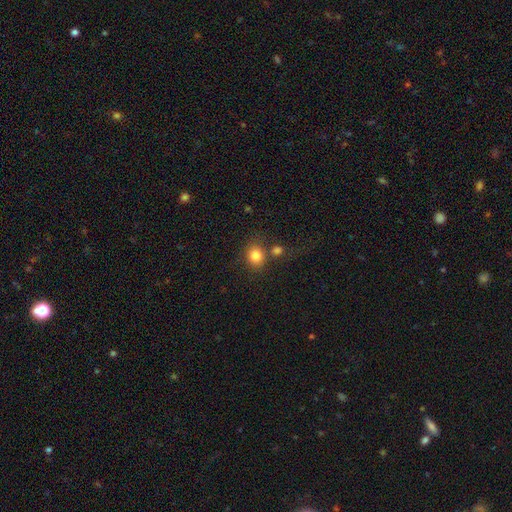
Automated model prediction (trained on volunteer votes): A smooth galaxy with no disk features (83%) that is round (77%). Merging: none (64%).